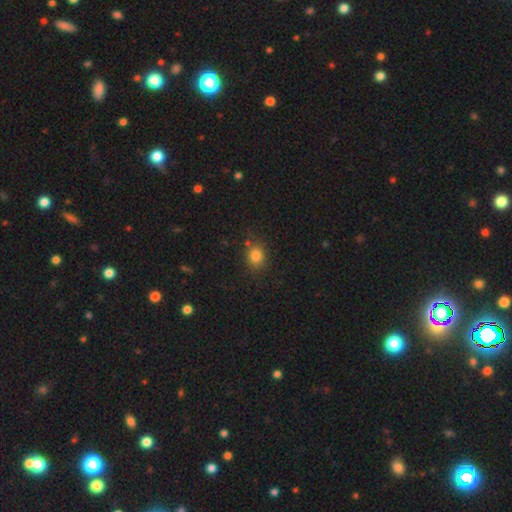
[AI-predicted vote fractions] Smooth or featured? smooth (82%)
How rounded? round (70%)
Merging? none (80%)